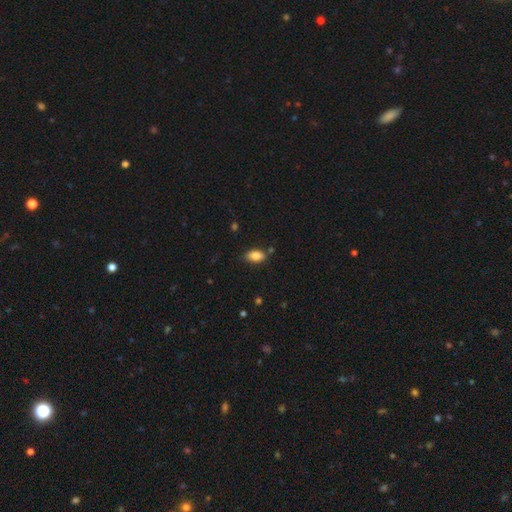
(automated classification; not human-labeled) Smooth or featured? smooth (84%)
How rounded? in between (91%)
Merging? none (78%)